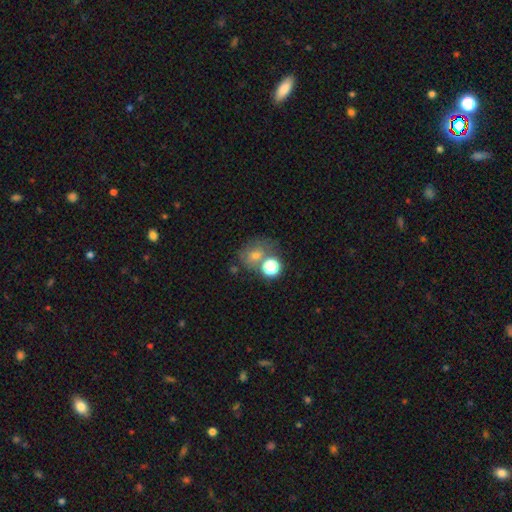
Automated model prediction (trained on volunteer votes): This is possibly a smooth galaxy (55%). How rounded: likely round (64%). Merging: possibly none (50%).